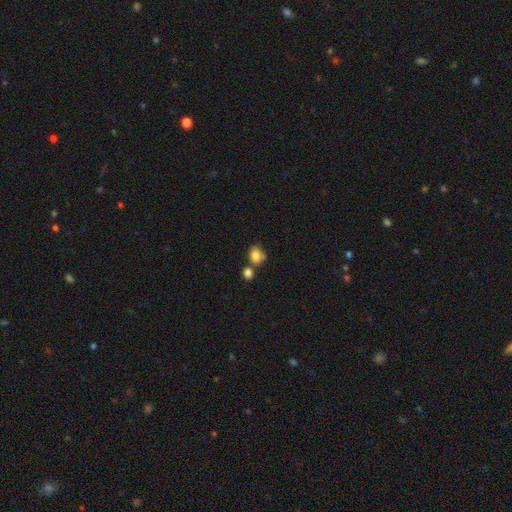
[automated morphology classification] smooth_or_featured: smooth (p=0.81) [alt: star or artifact p=0.10]
how_rounded: round (p=0.54) [alt: in between p=0.45]
merging: none (p=0.51) [alt: merger p=0.30]